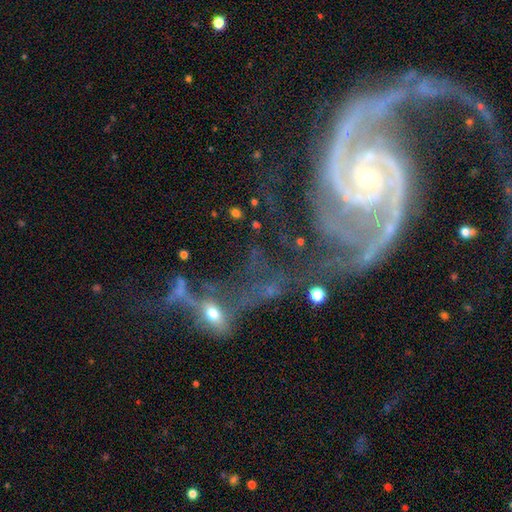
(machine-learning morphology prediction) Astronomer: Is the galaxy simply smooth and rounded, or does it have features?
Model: featured or disk — 86%.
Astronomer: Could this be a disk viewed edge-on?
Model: no — 96%.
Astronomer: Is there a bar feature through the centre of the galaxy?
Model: no — 62%.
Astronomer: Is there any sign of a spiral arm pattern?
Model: yes — 92%.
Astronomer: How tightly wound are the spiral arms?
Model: medium — 41% (runner-up: tight, 36%).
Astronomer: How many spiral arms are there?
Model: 2 — 66%.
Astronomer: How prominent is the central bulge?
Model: small — 72%.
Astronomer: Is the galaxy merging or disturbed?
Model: major disturbance — 33% (runner-up: none, 28%).